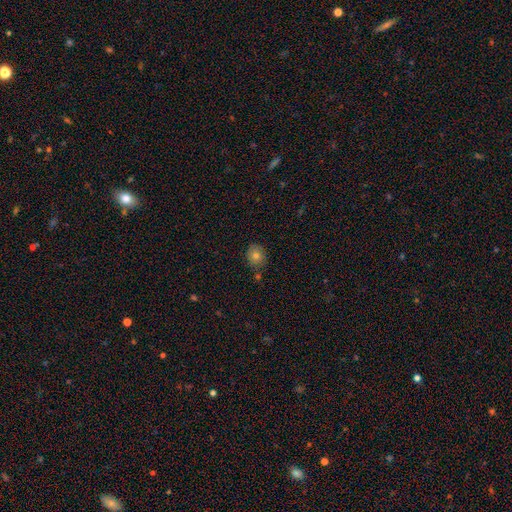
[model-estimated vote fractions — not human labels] smooth 73%, featured or disk 14%, star or artifact 13%. Down the decision tree: how rounded — round (74%); merging — none (79%).